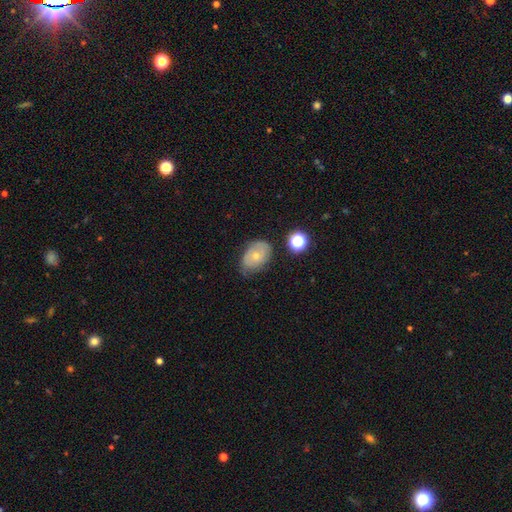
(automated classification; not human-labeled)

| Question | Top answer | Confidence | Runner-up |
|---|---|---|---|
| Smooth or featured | smooth | 45% | tied: featured or disk (45%) |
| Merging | none | 60% | minor disturbance (30%) |